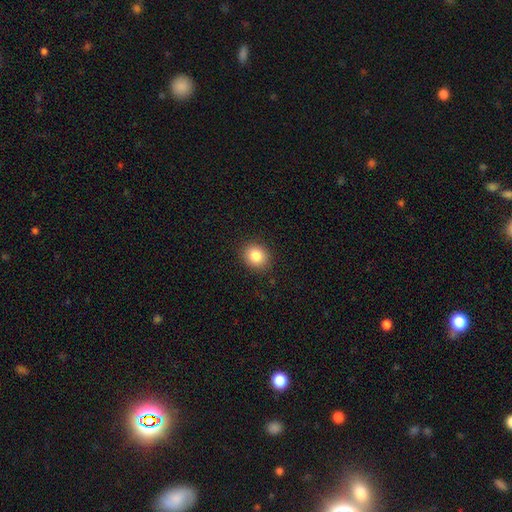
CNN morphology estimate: Overall: smooth (84%). How rounded: round (71%). Merging: none (89%).